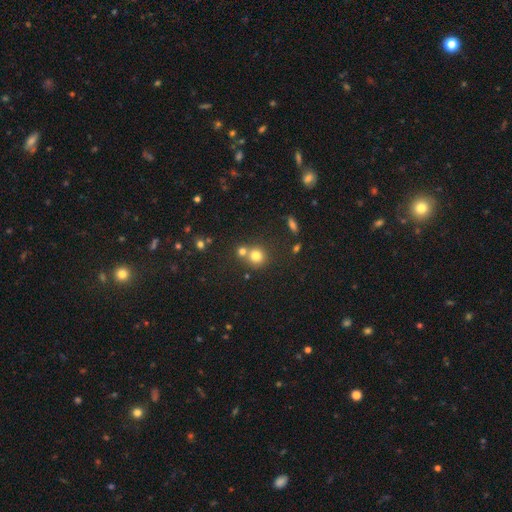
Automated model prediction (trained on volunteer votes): Overall: smooth (76%). How rounded: round (89%). Merging: none (55%; merger 35%).